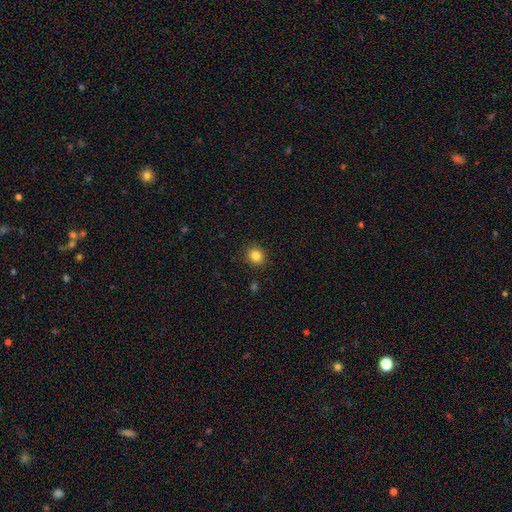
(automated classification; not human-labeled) Smooth or featured? Predicted: smooth (p=0.85). How rounded? Predicted: round (p=0.74). Merging? Predicted: none (p=0.89).